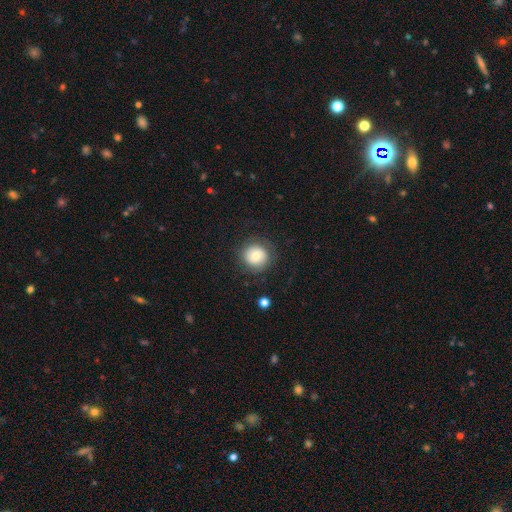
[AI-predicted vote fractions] smooth-or-featured: smooth: 73% | featured or disk: 18% | star or artifact: 9%
  how-rounded: round: 91% | in between: 8% | cigar-shaped: 1%
  merging: none: 82% | minor disturbance: 11% | major disturbance: 5% | merger: 1%